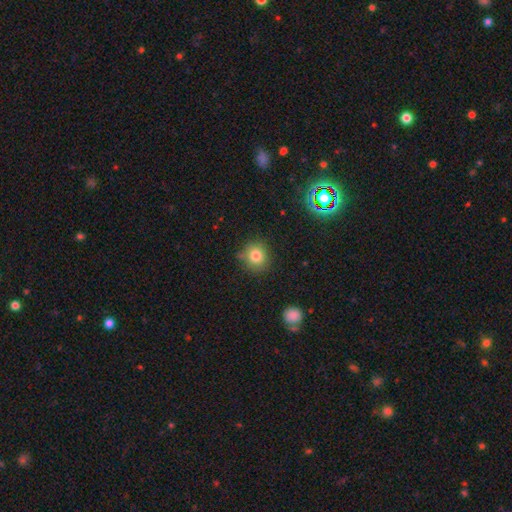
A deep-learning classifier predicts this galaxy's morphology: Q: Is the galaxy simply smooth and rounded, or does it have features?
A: smooth — 81%.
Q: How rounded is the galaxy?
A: round — 87%.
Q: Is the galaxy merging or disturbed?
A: none — 82%.